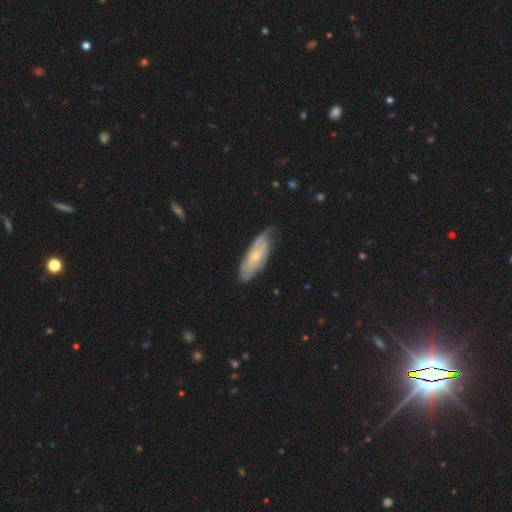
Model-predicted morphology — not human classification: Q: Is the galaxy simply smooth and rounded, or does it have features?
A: featured or disk — 57%.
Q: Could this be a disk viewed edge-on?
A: no — 79%.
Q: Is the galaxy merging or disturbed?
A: none — 66%.